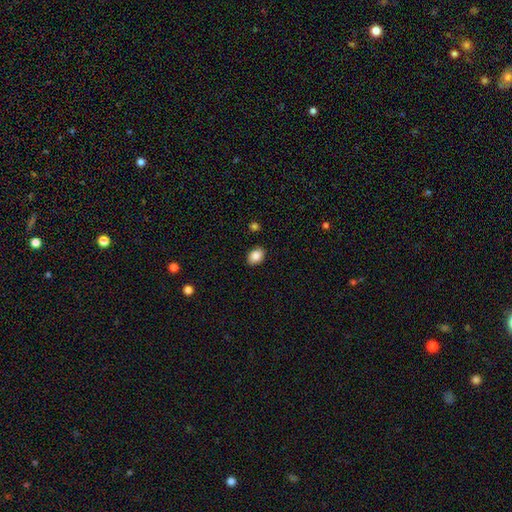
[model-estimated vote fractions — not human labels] Overall: smooth (88%). How rounded: in between (74%). Merging: none (88%).